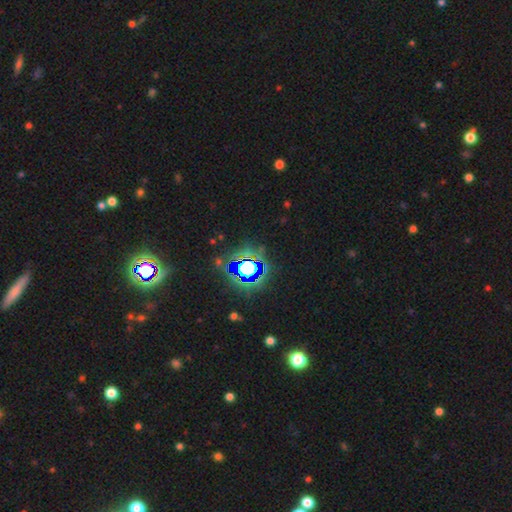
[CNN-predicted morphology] Overall: star or artifact (81%).